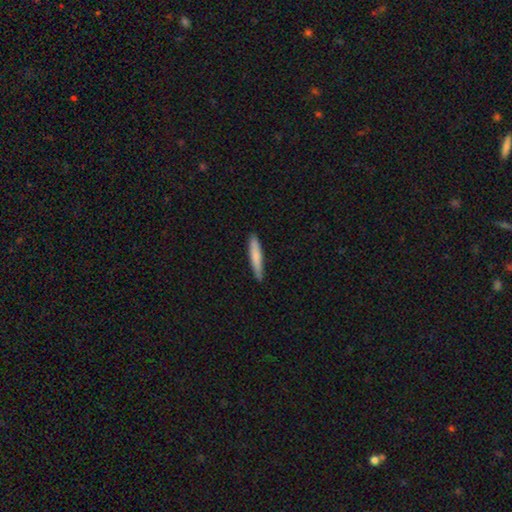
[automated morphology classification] Smooth or featured? smooth (77%)
How rounded? cigar-shaped (92%)
Merging? none (86%)